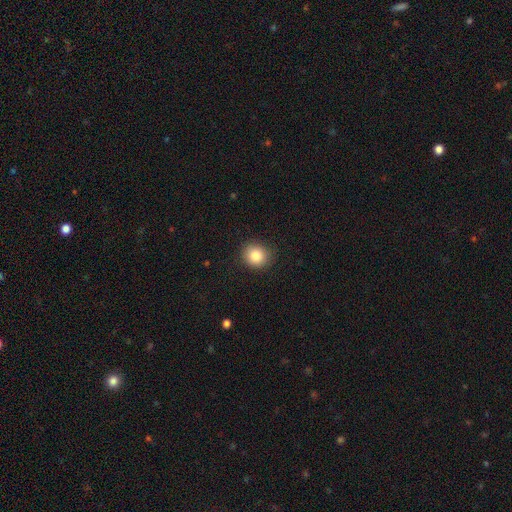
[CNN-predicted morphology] The model was most divided on "how rounded": round: 81%, in between: 18%, cigar-shaped: 1%. More confident: merging — none (89%); smooth or featured — smooth (85%).